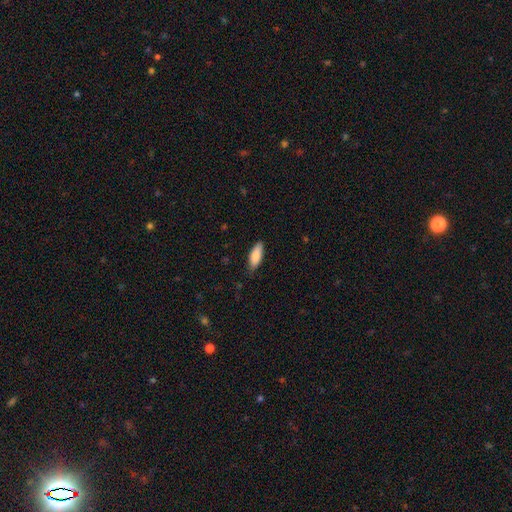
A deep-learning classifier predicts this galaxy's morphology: Smooth or featured?
  - smooth: 85% *
  - featured or disk: 9%
  - star or artifact: 6%
How rounded?
  - in between: 72% *
  - cigar-shaped: 26%
  - round: 2%
Merging?
  - none: 78% *
  - minor disturbance: 18%
  - major disturbance: 3%
  - merger: 1%